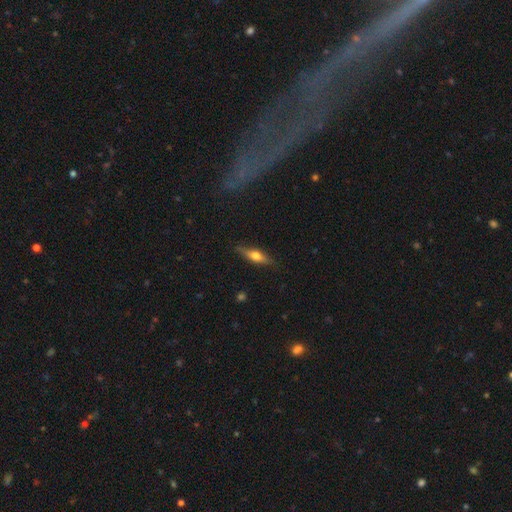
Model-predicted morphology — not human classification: Smooth or featured?
  - featured or disk: 48% *
  - smooth: 45%
  - star or artifact: 7%
Merging?
  - none: 84% *
  - minor disturbance: 12%
  - major disturbance: 2%
  - merger: 1%